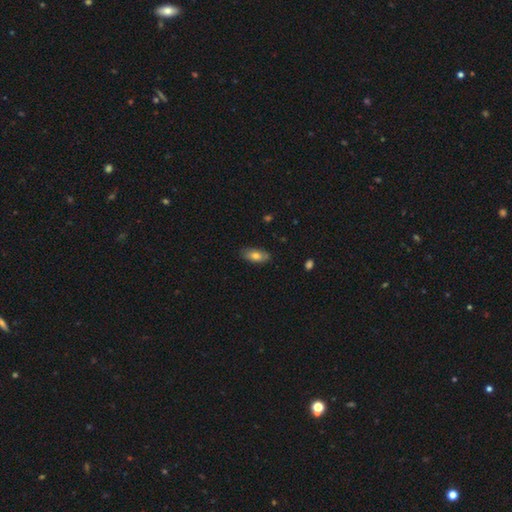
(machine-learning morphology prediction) This appears to be a smooth galaxy with no disk features (74%) that is in between round and cigar-shaped (88%). Merging: none (84%).